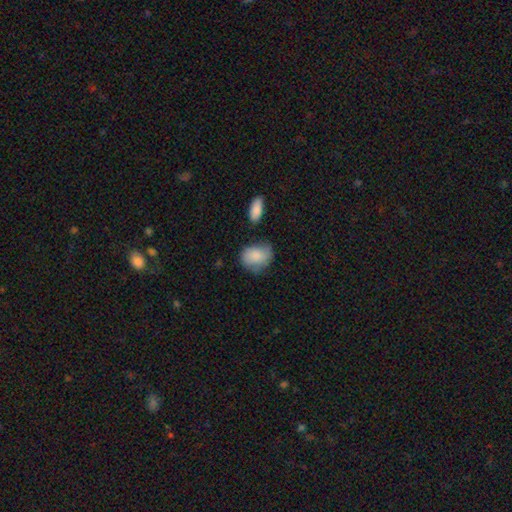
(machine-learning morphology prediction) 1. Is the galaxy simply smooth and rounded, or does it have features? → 83% smooth, 11% featured or disk, 6% star or artifact.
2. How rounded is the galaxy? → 63% in between, 36% round, 1% cigar-shaped.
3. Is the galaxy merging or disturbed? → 56% none, 30% minor disturbance, 8% major disturbance, 6% merger.